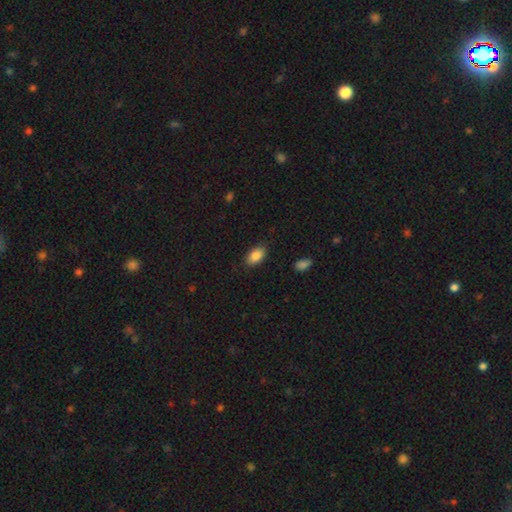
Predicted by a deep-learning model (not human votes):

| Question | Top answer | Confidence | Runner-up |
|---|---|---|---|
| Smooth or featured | smooth | 87% | star or artifact (7%) |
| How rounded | in between | 92% | round (6%) |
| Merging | none | 85% | minor disturbance (11%) |